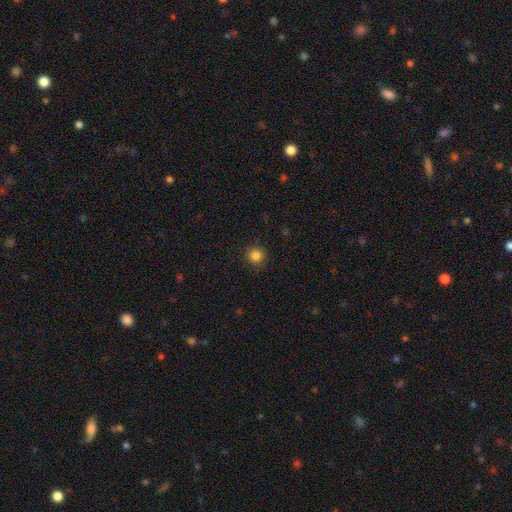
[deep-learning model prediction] smooth 85%, star or artifact 12%, featured or disk 4%. Down the decision tree: how rounded — round (95%); merging — none (91%).